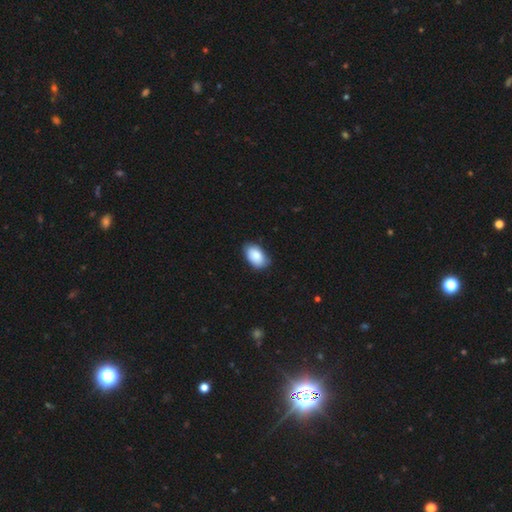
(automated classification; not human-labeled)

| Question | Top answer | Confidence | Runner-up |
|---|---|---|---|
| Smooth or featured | smooth | 87% | featured or disk (7%) |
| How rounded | in between | 93% | round (6%) |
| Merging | none | 80% | minor disturbance (16%) |